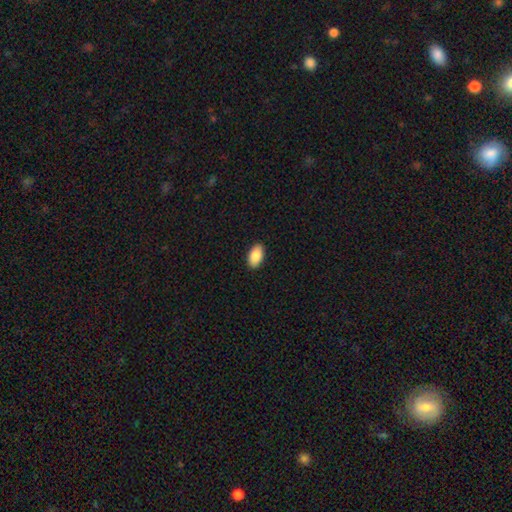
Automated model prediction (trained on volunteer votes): smooth 89%, star or artifact 7%, featured or disk 4%. Down the decision tree: how rounded — in between (94%); merging — none (90%).